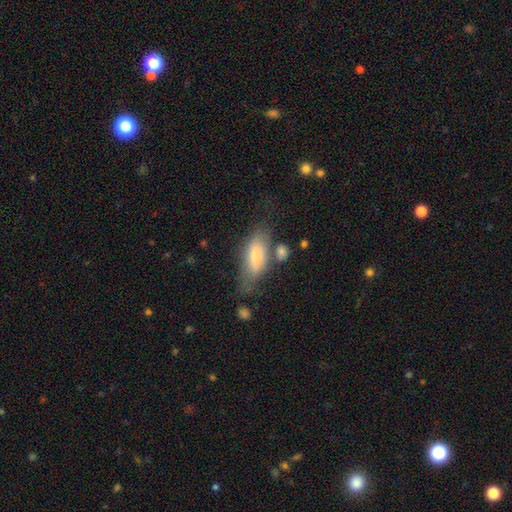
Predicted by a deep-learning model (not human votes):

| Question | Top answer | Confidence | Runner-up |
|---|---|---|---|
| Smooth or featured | smooth | 72% | featured or disk (21%) |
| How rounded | in between | 73% | cigar-shaped (24%) |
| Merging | none | 52% | minor disturbance (25%) |